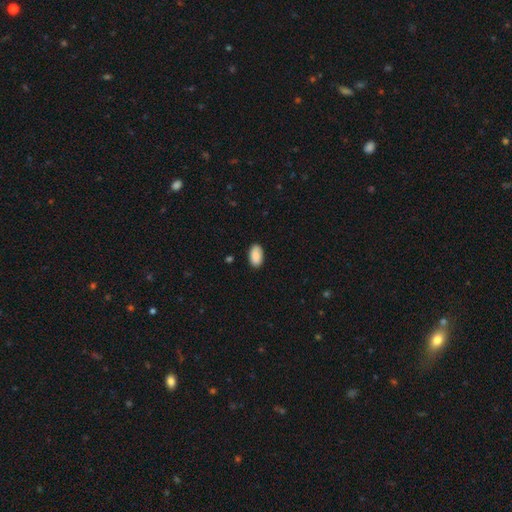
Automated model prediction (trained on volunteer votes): smooth 87%, star or artifact 6%, featured or disk 6%. Down the decision tree: how rounded — in between (95%); merging — none (87%).